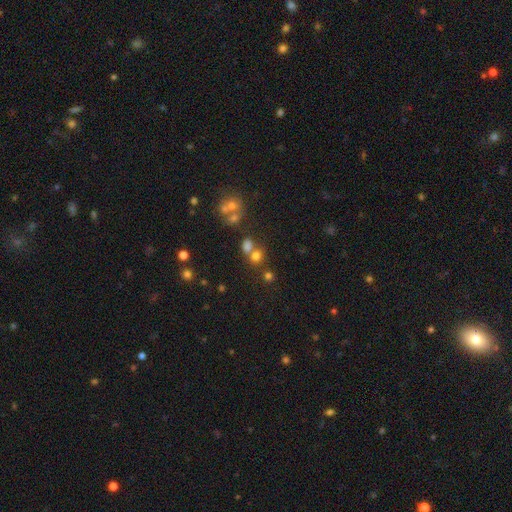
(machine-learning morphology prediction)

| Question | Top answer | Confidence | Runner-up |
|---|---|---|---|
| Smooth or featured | smooth | 68% | star or artifact (21%) |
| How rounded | round | 78% | in between (21%) |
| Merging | none | 53% | merger (34%) |